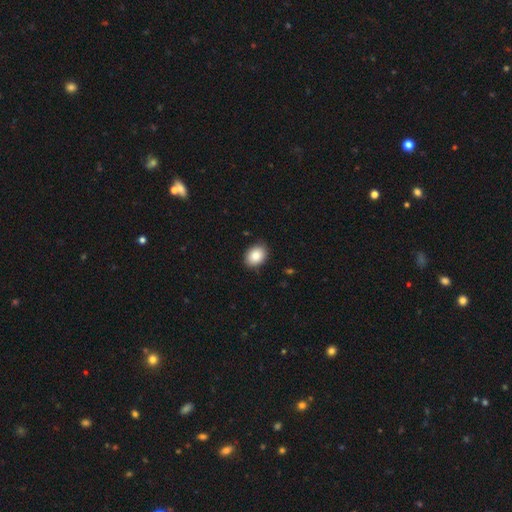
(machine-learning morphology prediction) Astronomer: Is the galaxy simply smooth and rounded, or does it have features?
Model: smooth — 85%.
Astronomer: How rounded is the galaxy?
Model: in between — 64%.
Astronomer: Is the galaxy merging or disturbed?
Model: none — 86%.